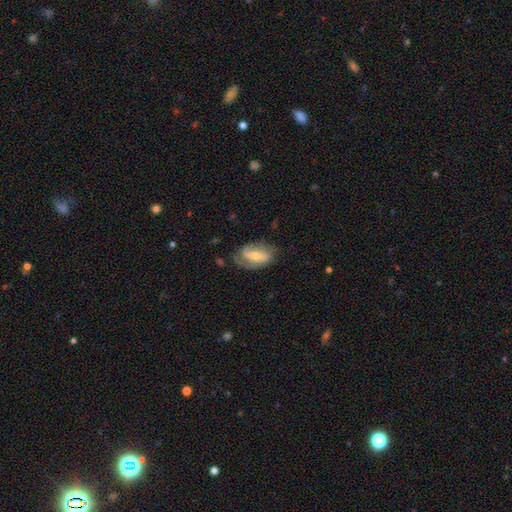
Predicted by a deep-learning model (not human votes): Morphology: type=featured or disk (66%); edge-on=no (94%); bar=strong (38%); spiral arms=yes (82%); winding=medium (40%); arm count=2 (60%); bulge=moderate (48%); merging=none (58%).